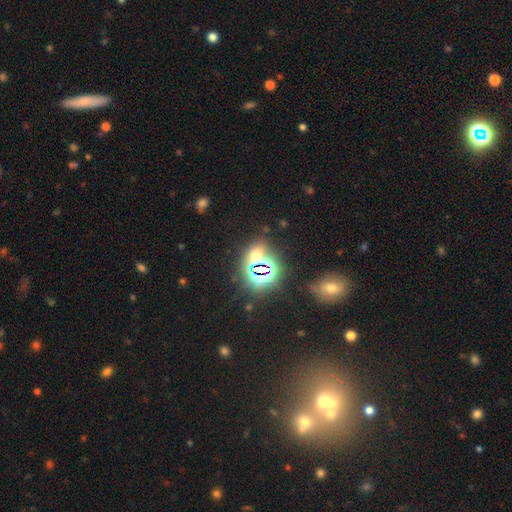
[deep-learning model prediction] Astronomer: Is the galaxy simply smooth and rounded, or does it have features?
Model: star or artifact — 64%.